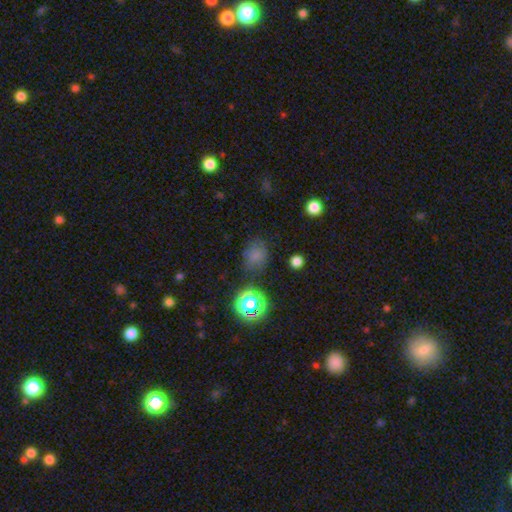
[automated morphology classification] This appears to be a smooth galaxy with no disk features (70%) that is round (57%). Merging: none (68%).